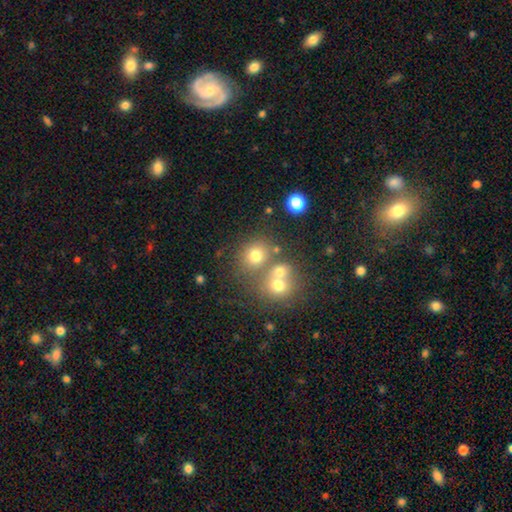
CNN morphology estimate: Smooth or featured: smooth — 70% (star or artifact — 18%)
How rounded: round — 79% (in between — 20%)
Merging: none — 57% (merger — 30%)